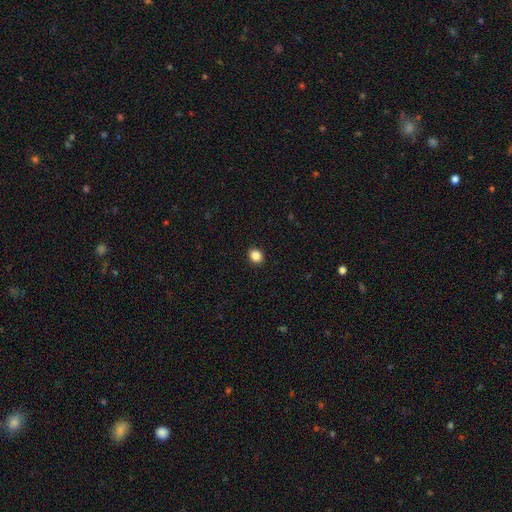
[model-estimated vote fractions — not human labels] Q: Smooth or featured?
A: smooth (86%); runner-up: star or artifact (10%)
Q: How rounded?
A: round (62%); runner-up: in between (37%)
Q: Merging?
A: none (92%); runner-up: minor disturbance (5%)